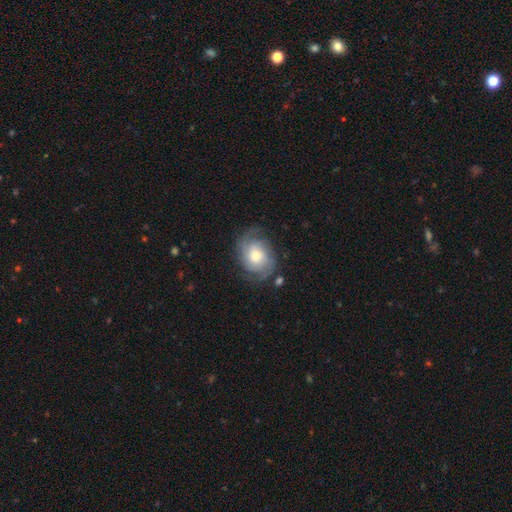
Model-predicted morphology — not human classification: This is likely a featured or disk galaxy (77%). It is clearly not viewed edge-on (97%). Bar: likely no (69%). Spiral arm pattern: clearly yes (94%). Spiral arm count: marginally 2 (37%). Spiral winding: possibly tight (55%). Central bulge: likely moderate (62%). Merging: likely none (73%).